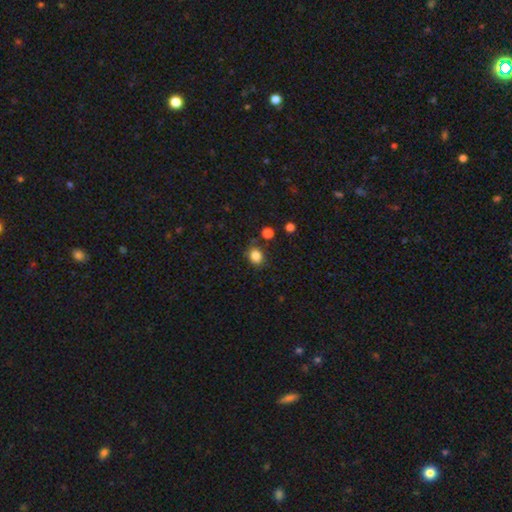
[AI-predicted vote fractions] Q: Smooth or featured?
A: smooth (84%); runner-up: star or artifact (11%)
Q: How rounded?
A: round (63%); runner-up: in between (36%)
Q: Merging?
A: none (77%); runner-up: minor disturbance (14%)